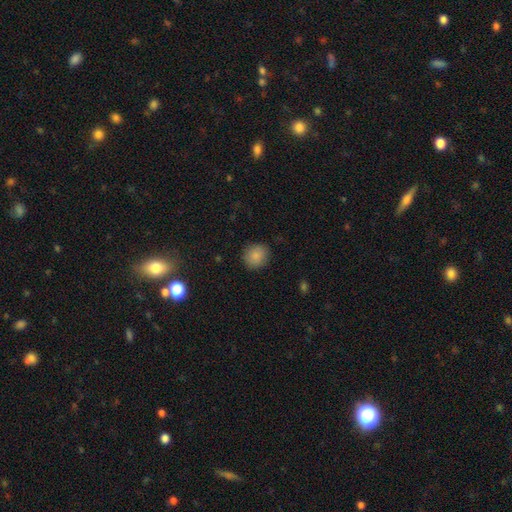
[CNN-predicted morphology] Overall: smooth (86%). How rounded: round (85%). Merging: none (88%).